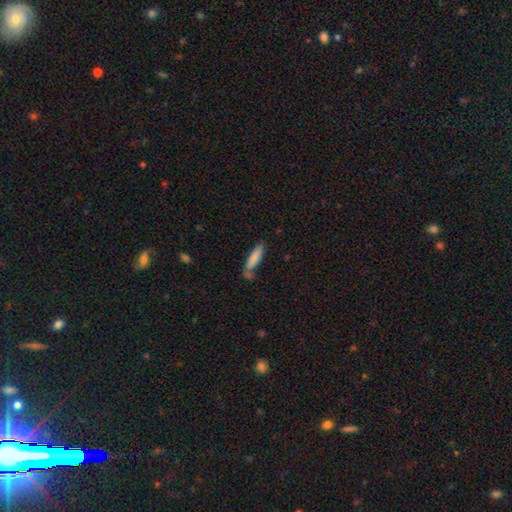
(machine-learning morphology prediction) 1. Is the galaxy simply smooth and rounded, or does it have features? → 80% smooth, 13% featured or disk, 7% star or artifact.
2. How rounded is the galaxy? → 78% cigar-shaped, 20% in between, 1% round.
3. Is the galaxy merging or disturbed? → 63% none, 20% minor disturbance, 10% merger, 6% major disturbance.